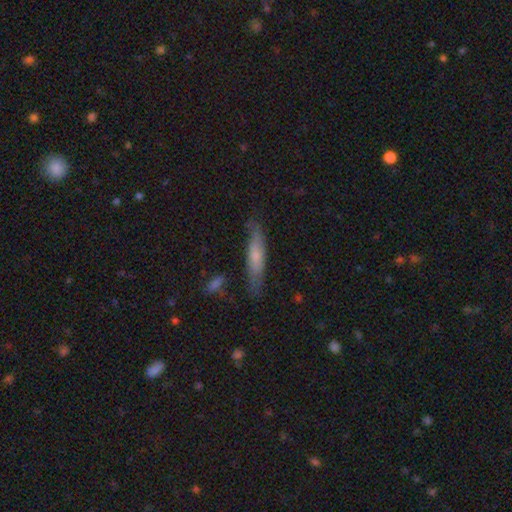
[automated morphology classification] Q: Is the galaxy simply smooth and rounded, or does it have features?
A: smooth — 59%.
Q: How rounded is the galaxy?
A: cigar-shaped — 81%.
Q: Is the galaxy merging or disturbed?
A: none — 74%.